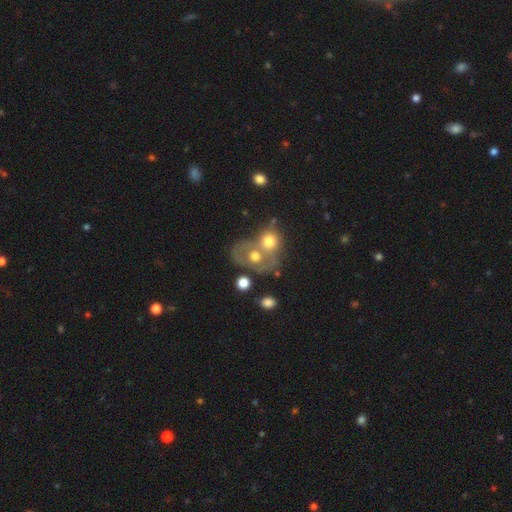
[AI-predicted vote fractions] smooth_or_featured: smooth (p=0.48) [alt: featured or disk p=0.38]
merging: merger (p=0.63) [alt: none p=0.21]